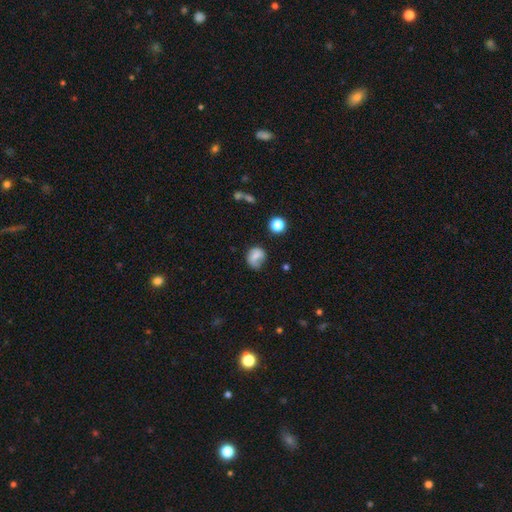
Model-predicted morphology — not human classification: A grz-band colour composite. It shows a smooth galaxy with no disk features (67%) that is round (63%). Merging: none (48%).